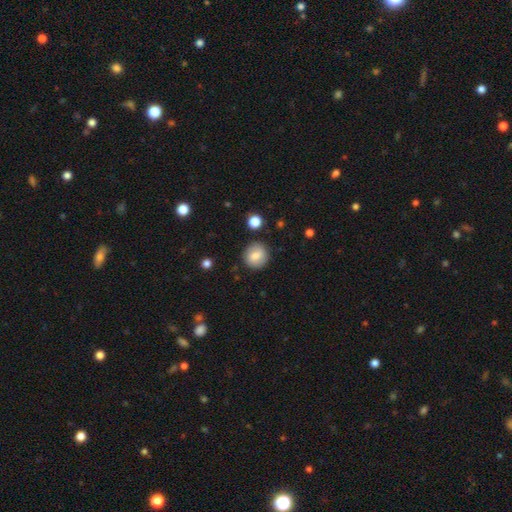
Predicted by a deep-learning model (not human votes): A smooth galaxy with no disk features (77%) that is round (86%). Merging: none (86%).